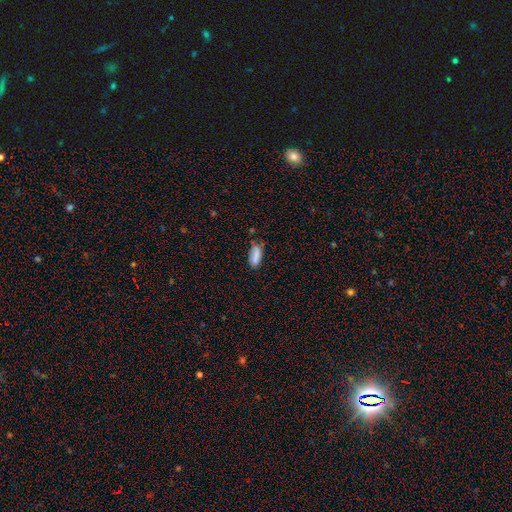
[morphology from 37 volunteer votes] Q: Smooth or featured?
A: smooth (84%); runner-up: featured or disk (14%)
Q: How rounded?
A: in between (77%); runner-up: cigar-shaped (23%)
Q: Merging?
A: none (69%); runner-up: minor disturbance (25%)